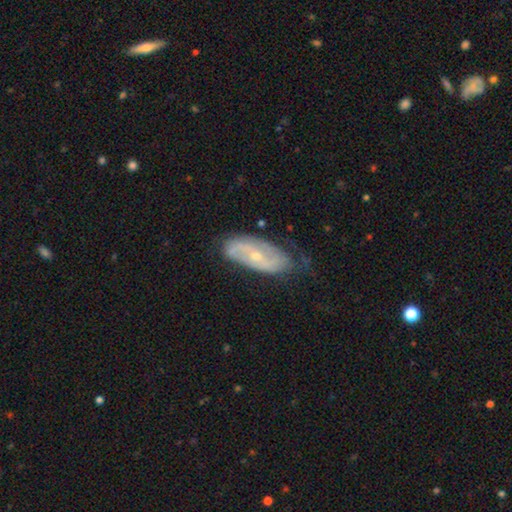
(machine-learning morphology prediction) The model was most divided on "spiral winding": medium: 40%, tight: 36%, loose: 24%. More confident: edge-on disk — no (89%); spiral arms — yes (84%); smooth or featured — featured or disk (75%); spiral arm count — 2 (70%); bulge size — small (63%); merging — none (63%); bar — no (54%).